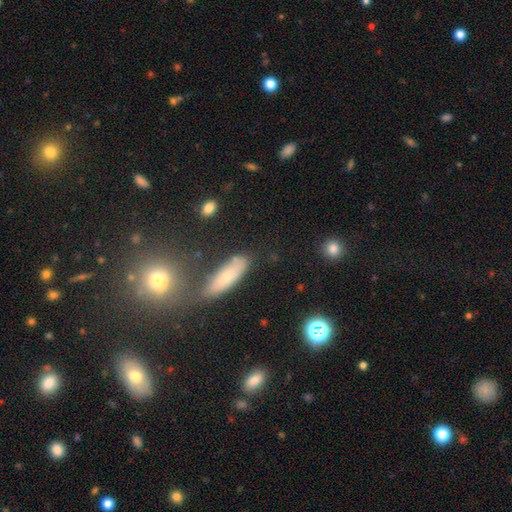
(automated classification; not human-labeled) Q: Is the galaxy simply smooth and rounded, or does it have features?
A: smooth — 52%.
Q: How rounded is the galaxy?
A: cigar-shaped — 52%.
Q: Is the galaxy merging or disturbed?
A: none — 68%.